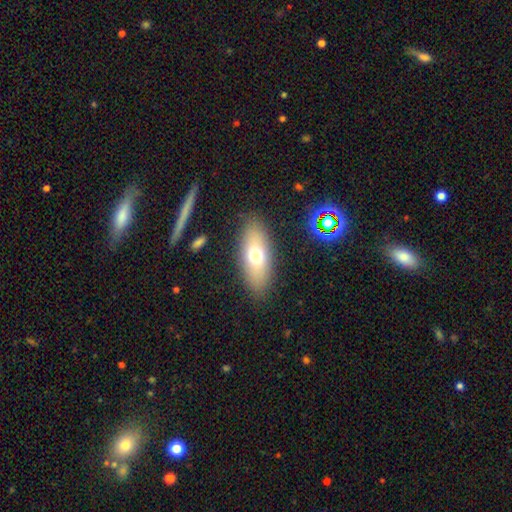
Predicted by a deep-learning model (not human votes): Smooth or featured: smooth — 65% (featured or disk — 25%)
How rounded: in between — 80% (cigar-shaped — 15%)
Merging: none — 85% (minor disturbance — 9%)